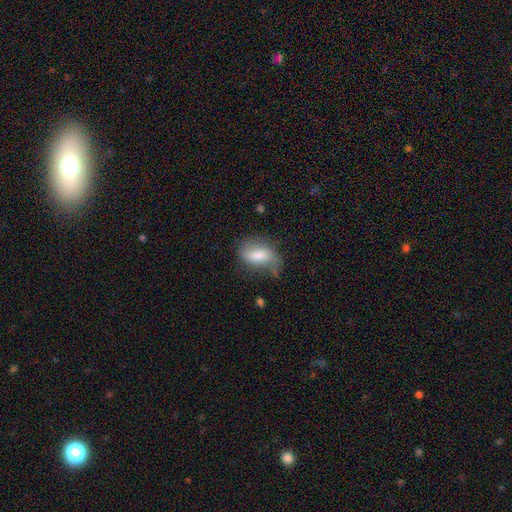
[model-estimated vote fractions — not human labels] smooth-or-featured: smooth: 62% | featured or disk: 29% | star or artifact: 8%
  how-rounded: in between: 85% | round: 8% | cigar-shaped: 7%
  merging: none: 50% | minor disturbance: 33% | major disturbance: 14% | merger: 3%